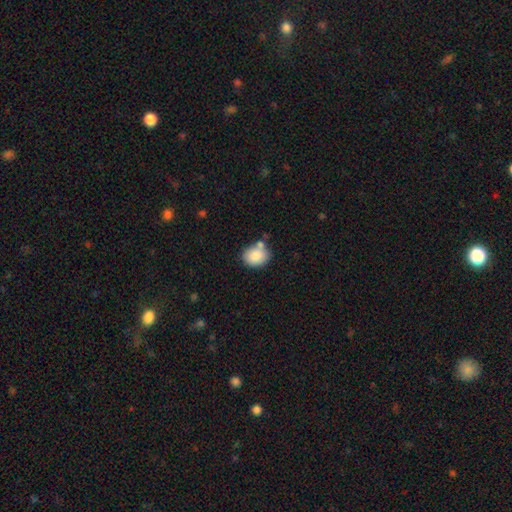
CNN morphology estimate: The model was most divided on "how rounded": round: 56%, in between: 43%, cigar-shaped: 1%. More confident: smooth or featured — smooth (85%); merging — none (62%).